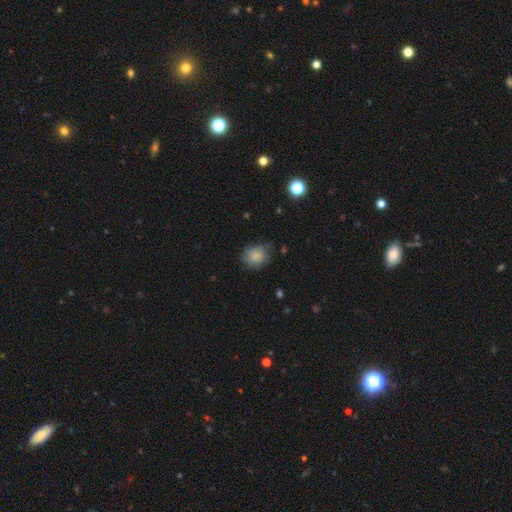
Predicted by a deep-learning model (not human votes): Smooth or featured? smooth (77%)
How rounded? round (72%)
Merging? none (60%)